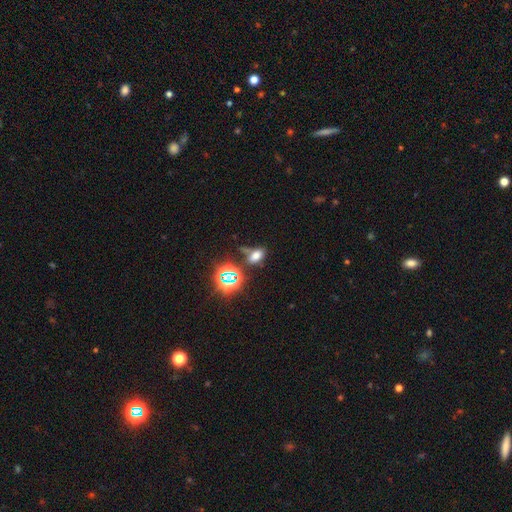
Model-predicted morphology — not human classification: A smooth galaxy with no disk features (60%) that is in between round and cigar-shaped (84%).

Vote fractions:
- Smooth or featured? smooth: 60% / star or artifact: 30% / featured or disk: 10%
- How rounded? in between: 84% / round: 12% / cigar-shaped: 4%
- Merging? none: 58% / minor disturbance: 18% / merger: 15% / major disturbance: 9%